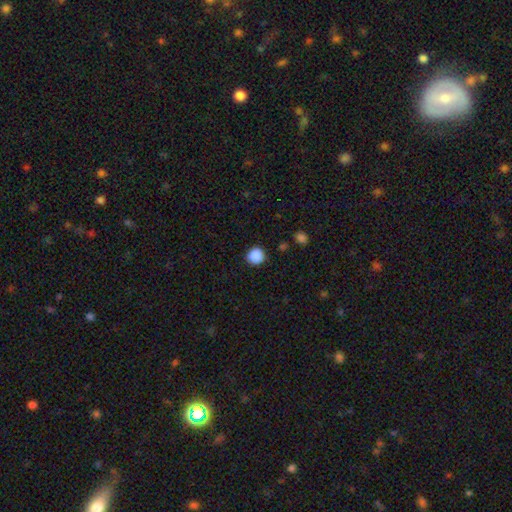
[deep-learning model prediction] smooth_or_featured: smooth (p=0.88) [alt: star or artifact p=0.09]
how_rounded: round (p=0.92) [alt: in between p=0.07]
merging: none (p=0.89) [alt: minor disturbance p=0.07]